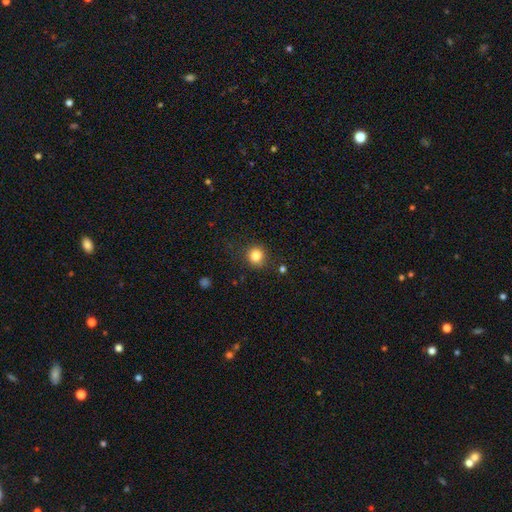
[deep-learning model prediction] Morphology: type=smooth (84%); roundness=round (88%); merging=none (86%).